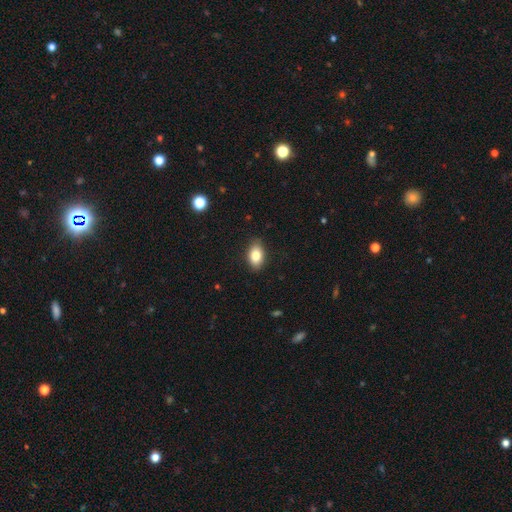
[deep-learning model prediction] This appears to be a smooth galaxy with no disk features (83%) that is in between round and cigar-shaped (90%). Merging: none (86%).